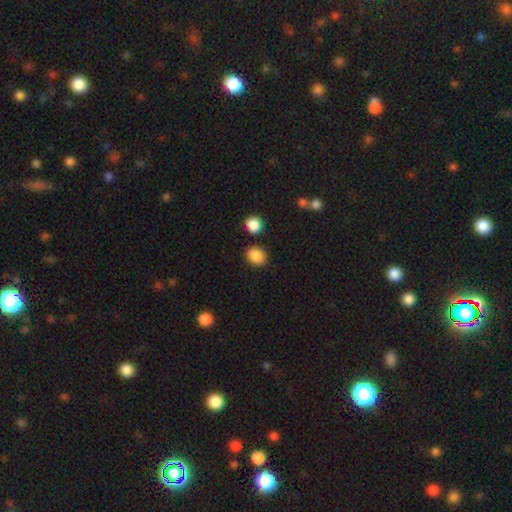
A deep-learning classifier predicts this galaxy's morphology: The model was most divided on "how rounded": in between: 50%, round: 49%, cigar-shaped: 1%. More confident: smooth or featured — smooth (87%); merging — none (81%).